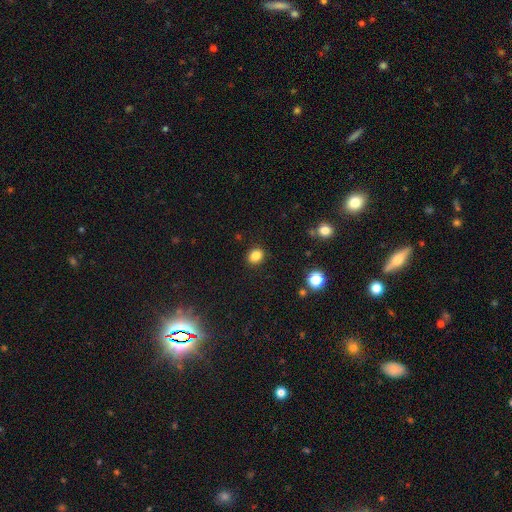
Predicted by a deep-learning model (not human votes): Smooth or featured: smooth — 85% (star or artifact — 11%)
How rounded: in between — 53% (round — 46%)
Merging: none — 89% (minor disturbance — 8%)